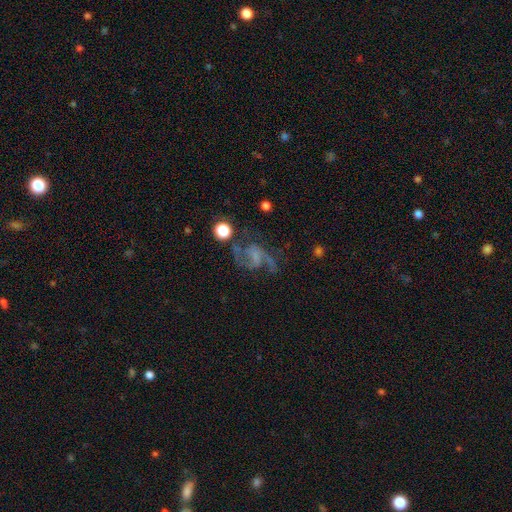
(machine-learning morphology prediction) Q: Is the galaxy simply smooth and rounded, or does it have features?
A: featured or disk — 69%.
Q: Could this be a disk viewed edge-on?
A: no — 97%.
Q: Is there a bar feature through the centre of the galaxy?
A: no — 51%.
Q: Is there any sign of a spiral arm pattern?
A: yes — 85%.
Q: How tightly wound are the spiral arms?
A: loose — 50%.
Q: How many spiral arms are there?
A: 2 — 67%.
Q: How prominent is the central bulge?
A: none — 51%.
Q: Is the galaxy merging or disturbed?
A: none — 44%.